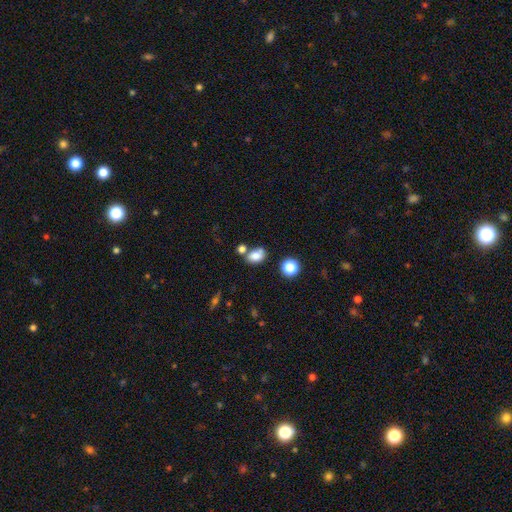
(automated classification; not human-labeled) smooth_or_featured: smooth (p=0.80) [alt: star or artifact p=0.11]
how_rounded: in between (p=0.77) [alt: round p=0.22]
merging: none (p=0.53) [alt: merger p=0.23]